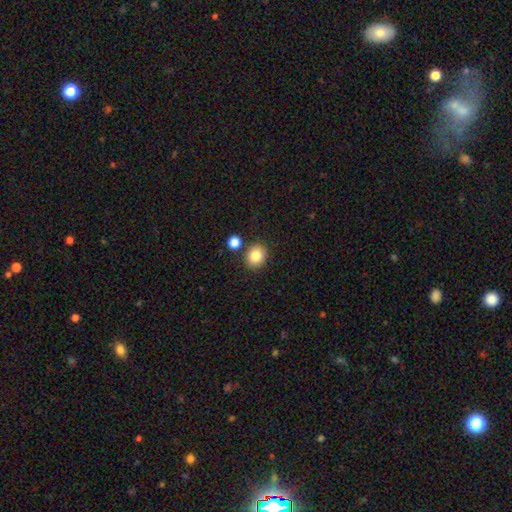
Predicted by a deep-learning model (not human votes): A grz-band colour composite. It shows a smooth galaxy with no disk features (83%) that is round (71%). Merging: none (81%).